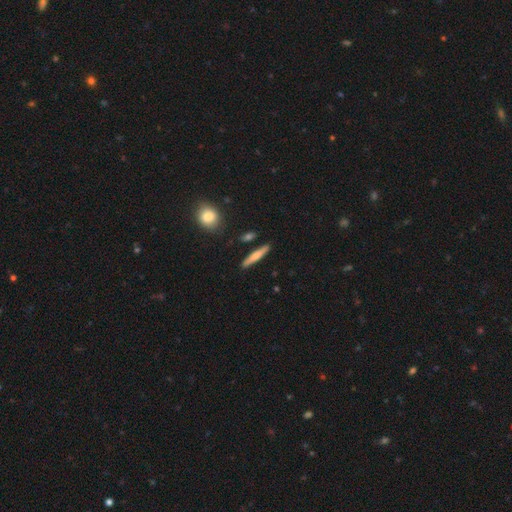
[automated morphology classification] Smooth or featured? smooth (64%)
How rounded? cigar-shaped (91%)
Merging? none (87%)